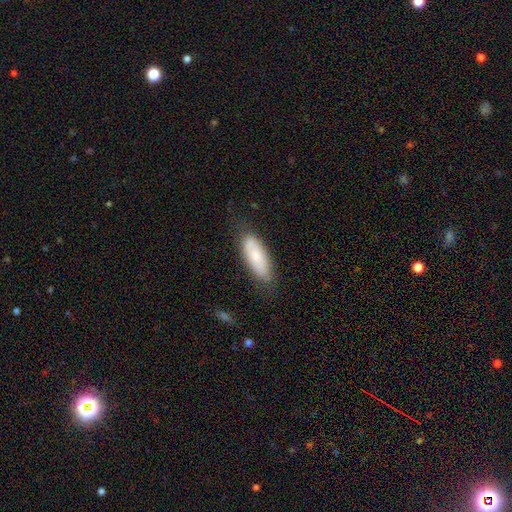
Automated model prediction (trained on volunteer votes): Morphology: type=smooth (72%); roundness=in between (72%); merging=none (72%).